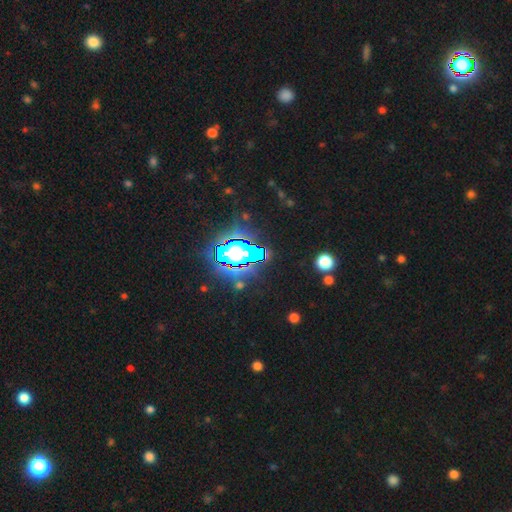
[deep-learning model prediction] Smooth or featured: star or artifact — 72% (smooth — 16%)